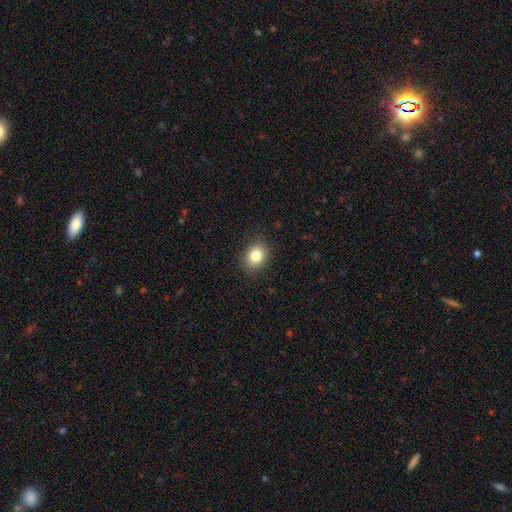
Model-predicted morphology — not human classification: Smooth or featured? Predicted: smooth (p=0.82). How rounded? Predicted: in between (p=0.52). Merging? Predicted: none (p=0.88).